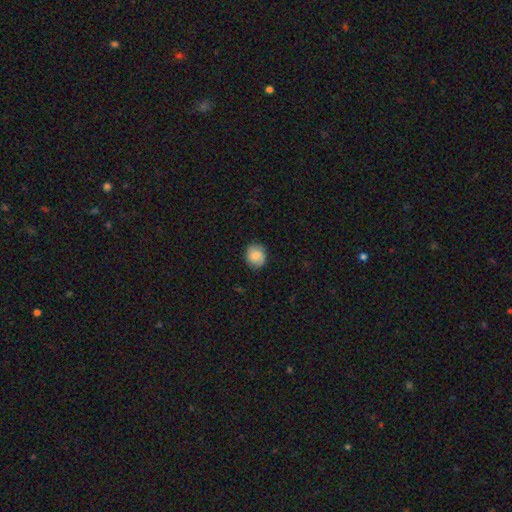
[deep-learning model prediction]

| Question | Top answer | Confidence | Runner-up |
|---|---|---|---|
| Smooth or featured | smooth | 78% | featured or disk (14%) |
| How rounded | round | 79% | in between (20%) |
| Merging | none | 85% | minor disturbance (12%) |